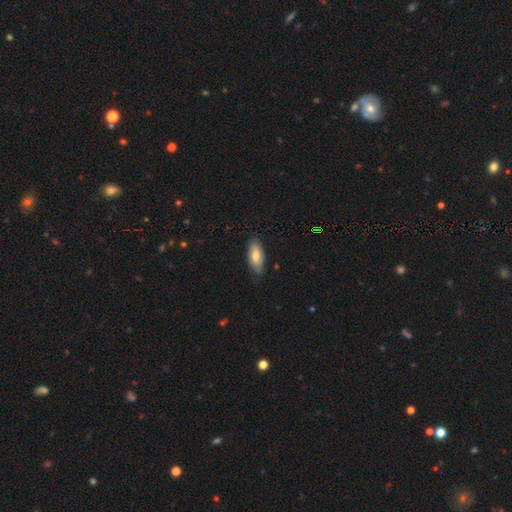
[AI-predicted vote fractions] smooth-or-featured: smooth: 68% | featured or disk: 26% | star or artifact: 6%
  how-rounded: in between: 85% | cigar-shaped: 13% | round: 2%
  merging: none: 81% | minor disturbance: 16% | major disturbance: 2% | merger: 1%